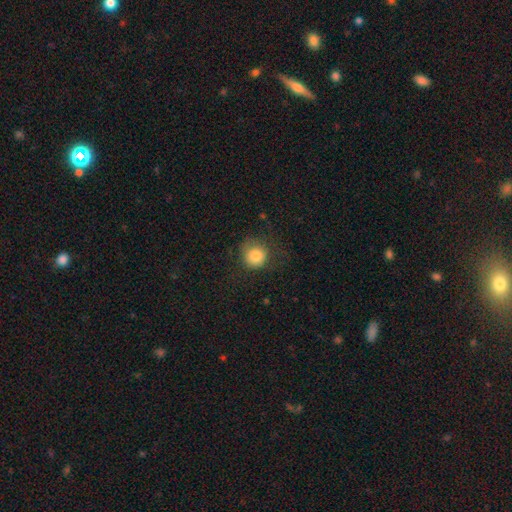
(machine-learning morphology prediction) smooth 82%, star or artifact 10%, featured or disk 8%. Down the decision tree: how rounded — round (90%); merging — none (68%).